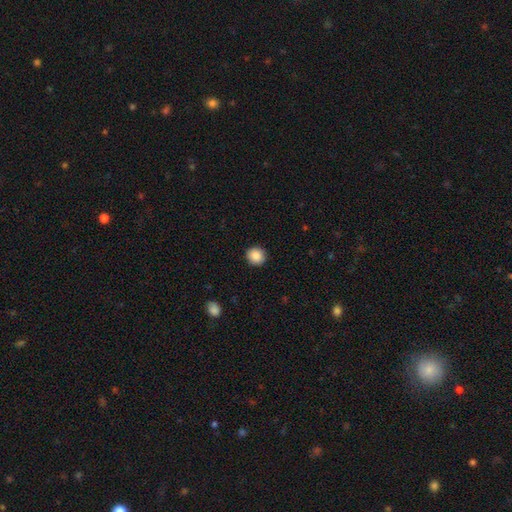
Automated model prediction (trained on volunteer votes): Overall: smooth (88%). How rounded: round (91%). Merging: none (91%).